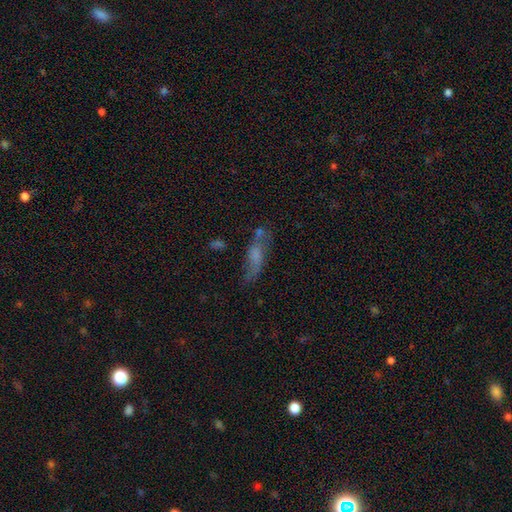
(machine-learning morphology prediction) Q: Smooth or featured?
A: smooth (47%); runner-up: featured or disk (40%)
Q: Merging?
A: none (48%); runner-up: minor disturbance (23%)